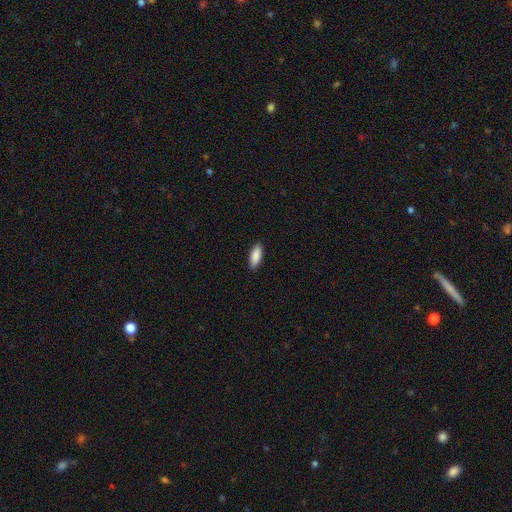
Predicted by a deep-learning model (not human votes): The model was most divided on "how rounded": in between: 75%, cigar-shaped: 24%, round: 2%. More confident: merging — none (90%); smooth or featured — smooth (89%).